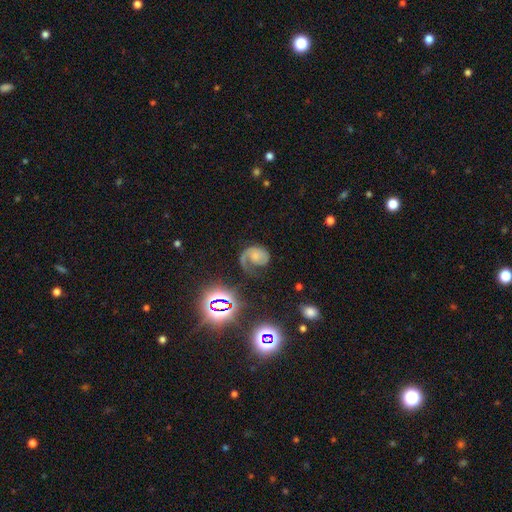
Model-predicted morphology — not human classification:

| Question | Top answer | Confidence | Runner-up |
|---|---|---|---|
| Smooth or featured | featured or disk | 69% | smooth (20%) |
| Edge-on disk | no | 98% | yes (2%) |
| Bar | no | 76% | weak (20%) |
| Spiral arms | yes | 90% | no (10%) |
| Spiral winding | medium | 39% | tight (33%) |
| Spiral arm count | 1 | 71% | 2 (21%) |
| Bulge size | small | 41% | none (27%) |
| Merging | none | 41% | major disturbance (34%) |